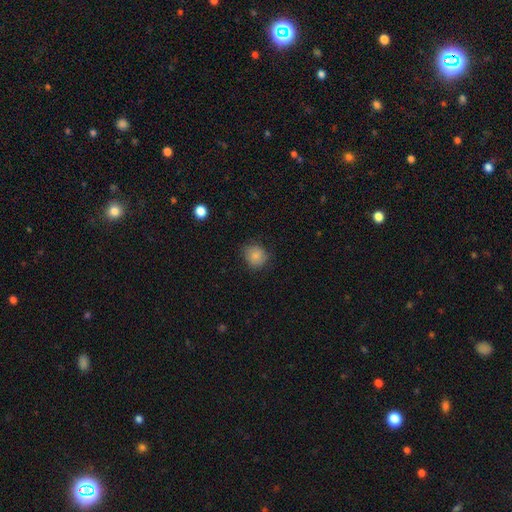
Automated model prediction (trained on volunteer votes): Smooth or featured? smooth (84%)
How rounded? round (81%)
Merging? none (75%)